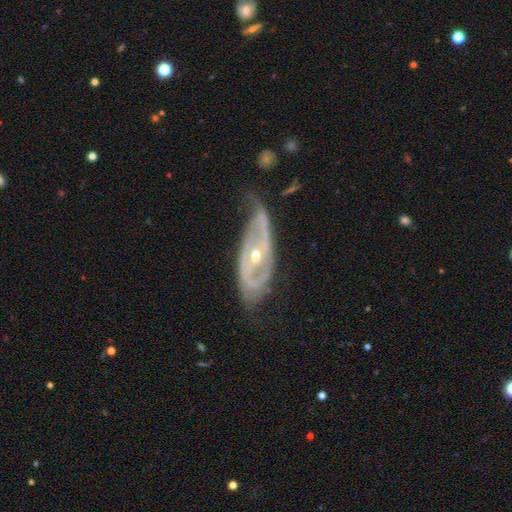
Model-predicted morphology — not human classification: featured or disk 83%, smooth 12%, star or artifact 5%. Down the decision tree: edge-on disk — no (86%); bar — no (53%); spiral arms — yes (75%); spiral arm count — 2 (59%); spiral winding — tight (44%); bulge size — moderate (57%); merging — none (48%).